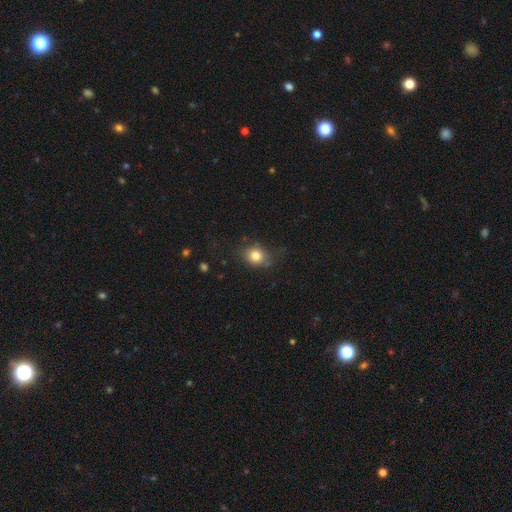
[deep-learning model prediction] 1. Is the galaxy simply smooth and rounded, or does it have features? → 80% smooth, 11% star or artifact, 9% featured or disk.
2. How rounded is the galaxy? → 67% round, 32% in between, 1% cigar-shaped.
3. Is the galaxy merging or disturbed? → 72% none, 20% minor disturbance, 7% major disturbance, 2% merger.